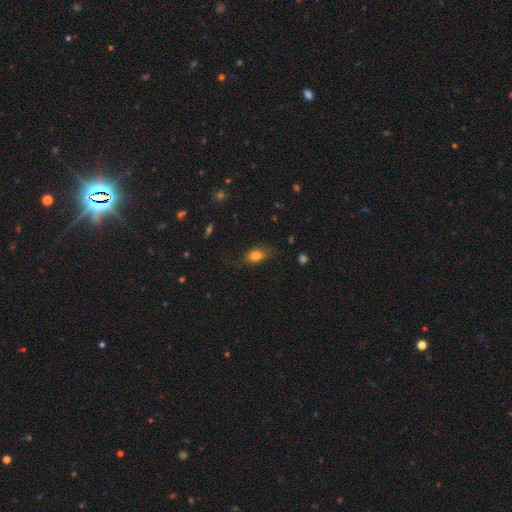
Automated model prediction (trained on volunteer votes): smooth_or_featured: smooth (p=0.80) [alt: star or artifact p=0.10]
how_rounded: in between (p=0.80) [alt: round p=0.16]
merging: none (p=0.71) [alt: minor disturbance p=0.21]